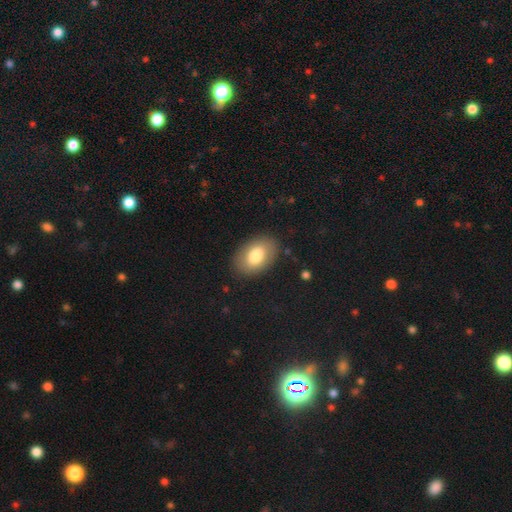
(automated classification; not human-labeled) A smooth galaxy with no disk features (79%) that is in between round and cigar-shaped (89%).

Vote fractions:
- Smooth or featured? smooth: 79% / featured or disk: 15% / star or artifact: 7%
- How rounded? in between: 89% / round: 10% / cigar-shaped: 1%
- Merging? none: 86% / minor disturbance: 10% / major disturbance: 3% / merger: 1%